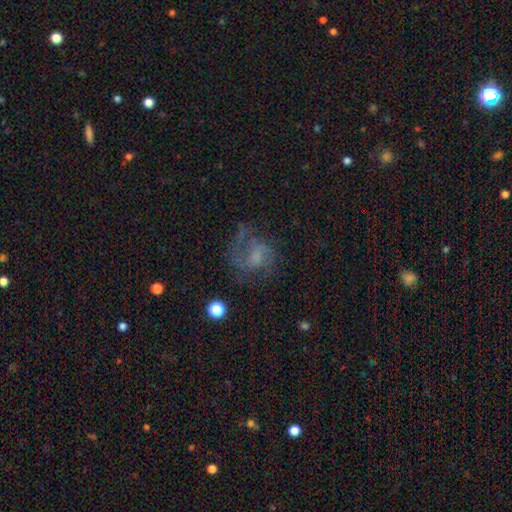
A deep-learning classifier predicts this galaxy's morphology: A featured or disk galaxy (59%) with no bar (59%), spiral arms (77%) and no central bulge (33%, tied with small). Merging: none (46%).